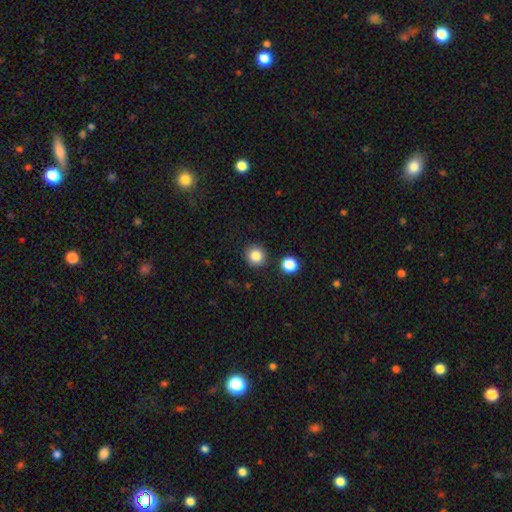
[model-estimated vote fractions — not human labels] smooth_or_featured: smooth (p=0.85) [alt: star or artifact p=0.11]
how_rounded: round (p=0.91) [alt: in between p=0.08]
merging: none (p=0.88) [alt: minor disturbance p=0.06]